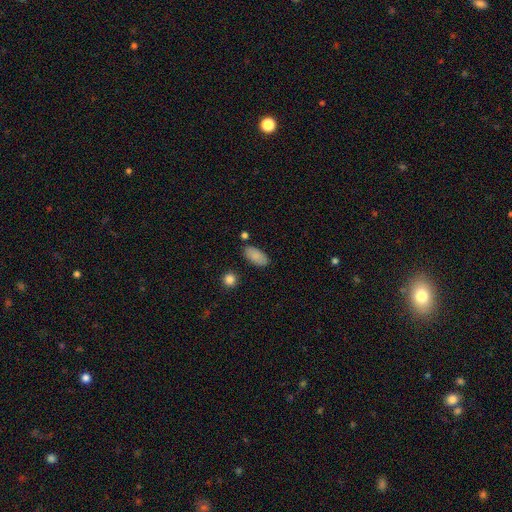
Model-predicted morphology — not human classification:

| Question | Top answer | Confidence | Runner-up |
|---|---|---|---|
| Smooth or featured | smooth | 86% | featured or disk (7%) |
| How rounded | in between | 91% | cigar-shaped (6%) |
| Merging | none | 80% | minor disturbance (13%) |